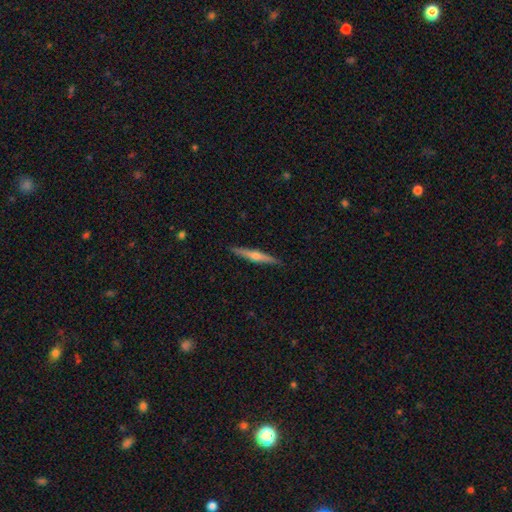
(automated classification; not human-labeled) A featured or disk galaxy (69%) viewed edge-on (98%) with a rounded central bulge (88%). Merging: none (91%).